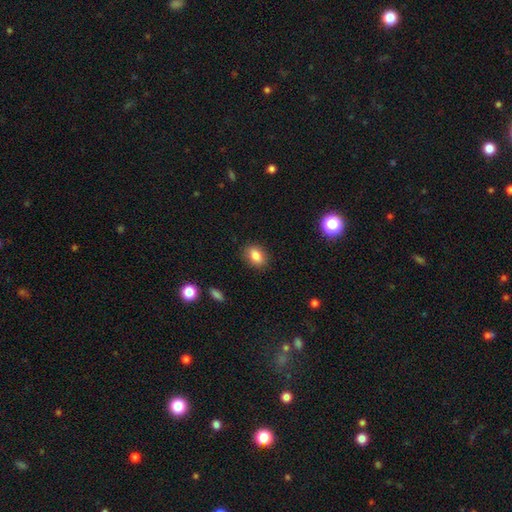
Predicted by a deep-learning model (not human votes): Smooth or featured: smooth — 85% (star or artifact — 9%)
How rounded: in between — 77% (round — 21%)
Merging: none — 87% (minor disturbance — 10%)